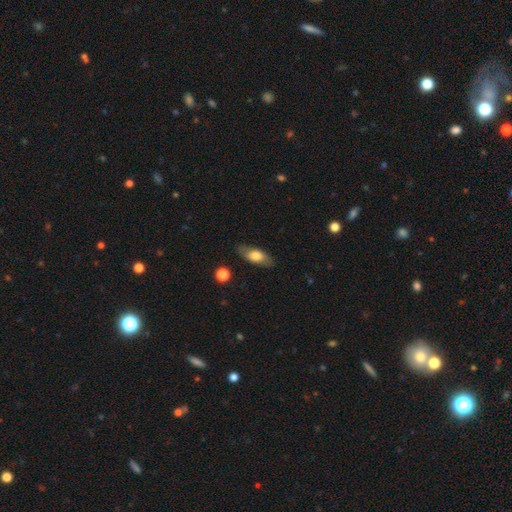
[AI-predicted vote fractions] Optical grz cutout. It shows a smooth galaxy with no disk features (68%) that is in between round and cigar-shaped (76%). Merging: none (81%).